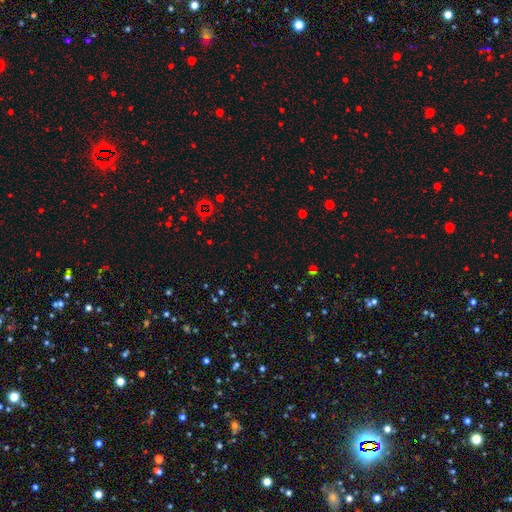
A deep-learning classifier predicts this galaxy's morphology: Smooth or featured: star or artifact — 71% (smooth — 21%)